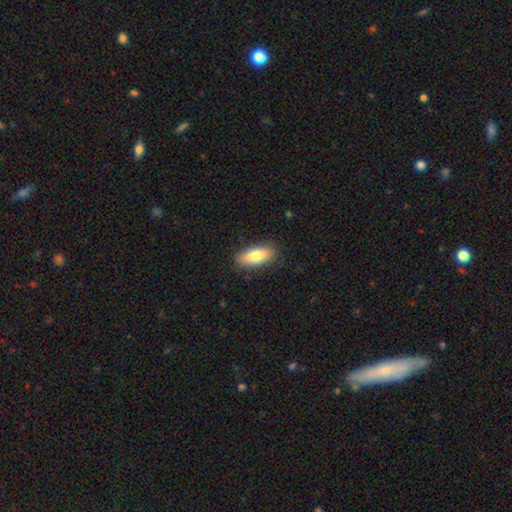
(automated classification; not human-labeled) This is clearly a smooth galaxy (81%). How rounded: likely in between (77%). Merging: clearly none (86%).